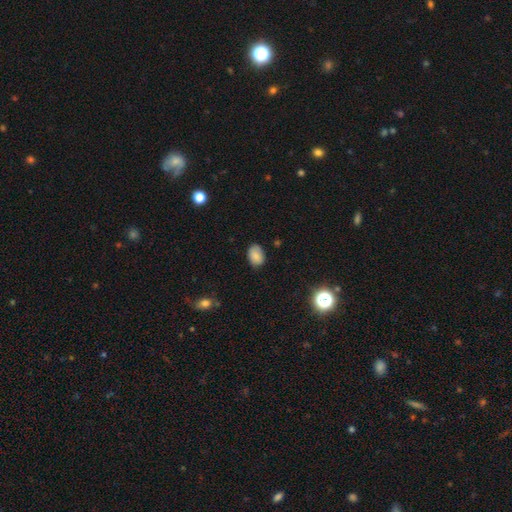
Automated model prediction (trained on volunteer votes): Smooth or featured?
  - smooth: 84% *
  - star or artifact: 9%
  - featured or disk: 7%
How rounded?
  - in between: 80% *
  - round: 19%
  - cigar-shaped: 1%
Merging?
  - none: 80% *
  - minor disturbance: 16%
  - major disturbance: 3%
  - merger: 1%